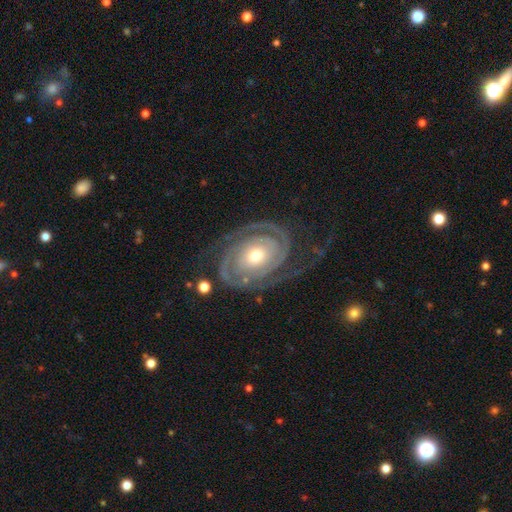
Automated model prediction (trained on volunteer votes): This is clearly a featured or disk galaxy (92%). It is clearly not viewed edge-on (97%). Bar: likely no (71%). Spiral arm pattern: clearly yes (98%). Spiral arm count: clearly 2 (84%). Spiral winding: likely tight (74%). Central bulge: likely moderate (63%). Merging: likely none (74%).